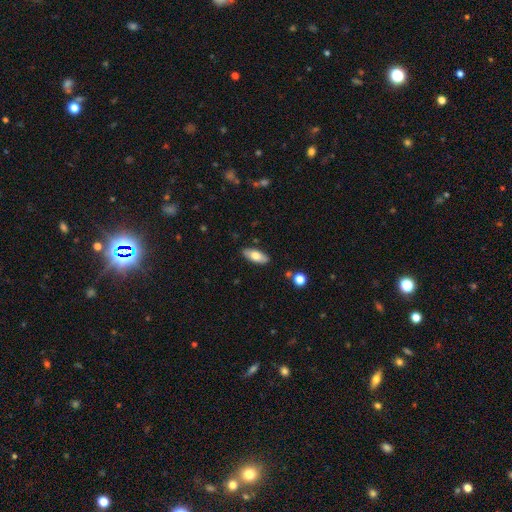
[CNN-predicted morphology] A smooth galaxy with no disk features (72%) that is in between round and cigar-shaped (83%).

Vote fractions:
- Smooth or featured? smooth: 72% / featured or disk: 22% / star or artifact: 6%
- How rounded? in between: 83% / cigar-shaped: 15% / round: 2%
- Merging? none: 87% / minor disturbance: 10% / major disturbance: 2% / merger: 2%